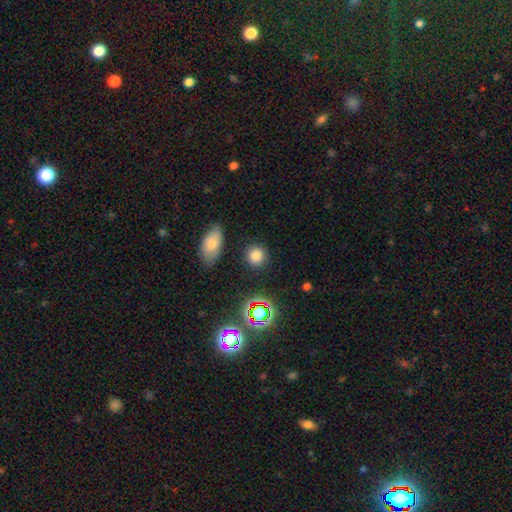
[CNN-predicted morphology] The model was most divided on "smooth or featured": smooth: 79%, star or artifact: 16%, featured or disk: 6%. More confident: how rounded — round (87%); merging — none (87%).